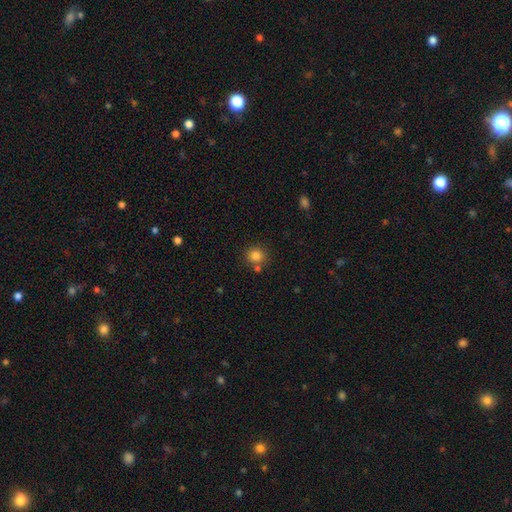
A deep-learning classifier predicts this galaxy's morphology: This is clearly a smooth galaxy (82%). How rounded: clearly round (90%). Merging: likely none (75%).